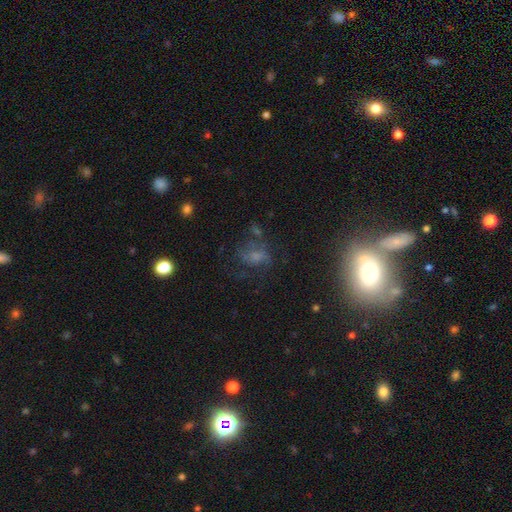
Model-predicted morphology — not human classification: type=featured or disk (40%); merging=none (46%).